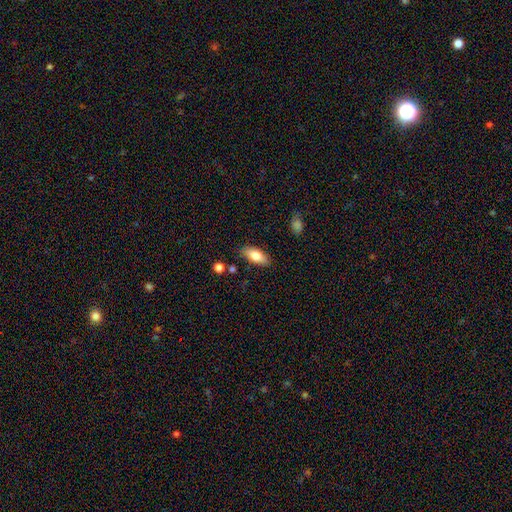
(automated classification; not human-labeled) smooth_or_featured: smooth (p=0.79) [alt: featured or disk p=0.14]
how_rounded: in between (p=0.83) [alt: cigar-shaped p=0.14]
merging: none (p=0.84) [alt: minor disturbance p=0.11]